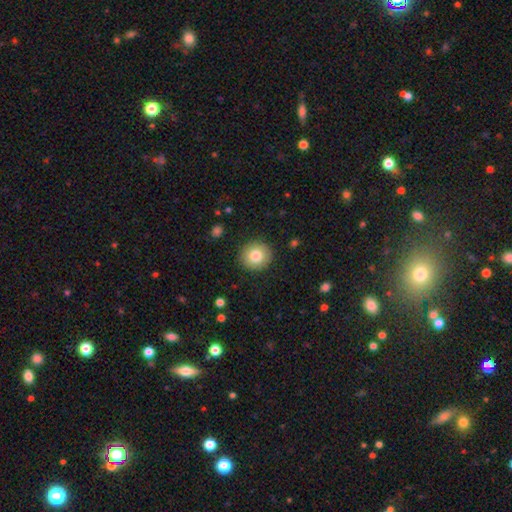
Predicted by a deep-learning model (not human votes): smooth_or_featured: smooth (p=0.81) [alt: featured or disk p=0.10]
how_rounded: round (p=0.92) [alt: in between p=0.07]
merging: none (p=0.91) [alt: minor disturbance p=0.06]